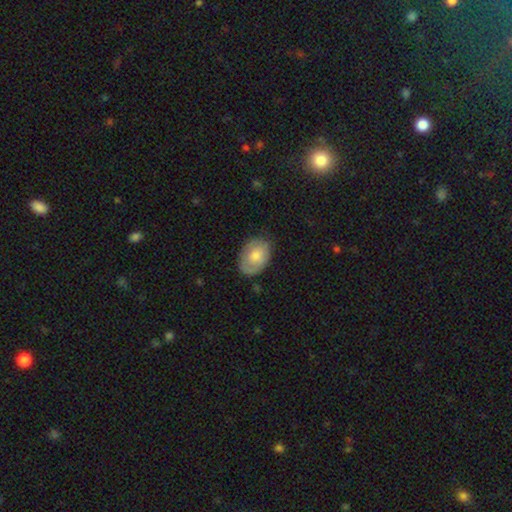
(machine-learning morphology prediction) Q: Smooth or featured?
A: smooth (64%); runner-up: featured or disk (29%)
Q: How rounded?
A: in between (81%); runner-up: round (18%)
Q: Merging?
A: none (74%); runner-up: minor disturbance (20%)